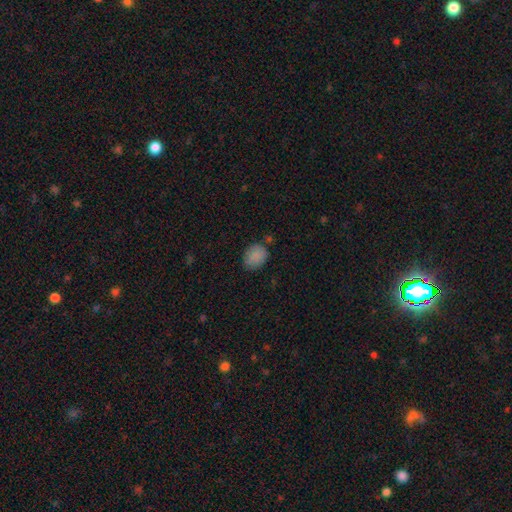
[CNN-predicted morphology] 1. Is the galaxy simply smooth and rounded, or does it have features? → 87% smooth, 9% star or artifact, 5% featured or disk.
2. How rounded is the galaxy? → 58% in between, 41% round, 1% cigar-shaped.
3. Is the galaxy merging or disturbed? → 74% none, 18% minor disturbance, 4% major disturbance, 4% merger.